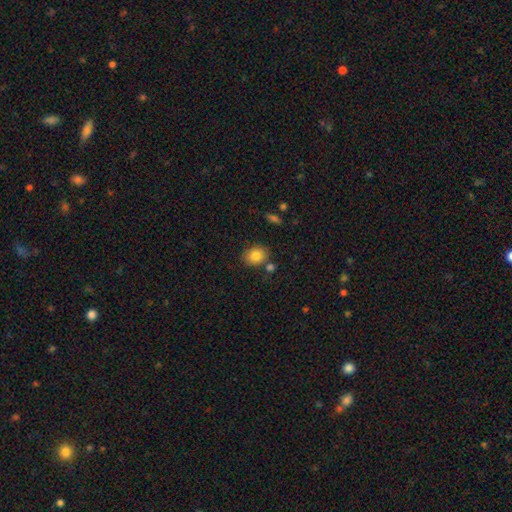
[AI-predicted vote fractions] Smooth or featured?
  - smooth: 83% *
  - star or artifact: 9%
  - featured or disk: 8%
How rounded?
  - round: 53% *
  - in between: 46%
  - cigar-shaped: 1%
Merging?
  - none: 76% *
  - minor disturbance: 12%
  - merger: 9%
  - major disturbance: 3%